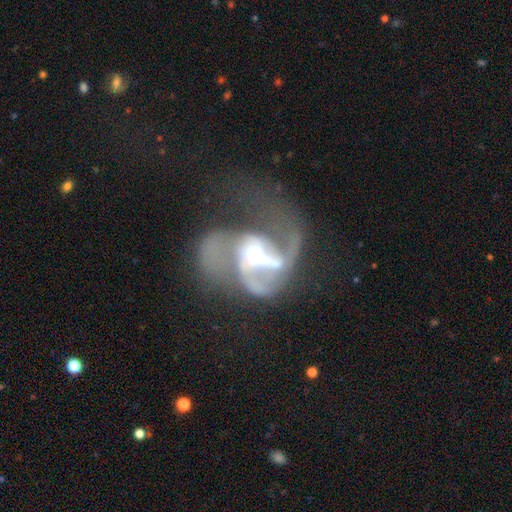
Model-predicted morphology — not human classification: Smooth or featured? Predicted: featured or disk (p=0.82). Edge-on disk? Predicted: no (p=0.97). Bar? Predicted: weak (p=0.40, tied with no). Spiral arms? Predicted: yes (p=0.83). Spiral winding? Predicted: loose (p=0.51). Spiral arm count? Predicted: 2 (p=0.46). Bulge size? Predicted: moderate (p=0.60). Merging? Predicted: major disturbance (p=0.40).